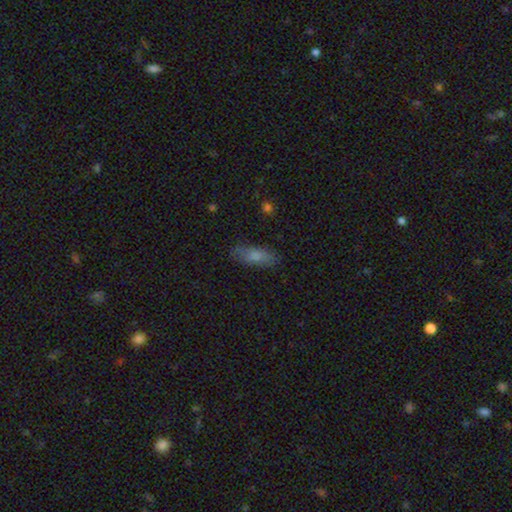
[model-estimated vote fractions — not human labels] Smooth or featured? Predicted: smooth (p=0.78). How rounded? Predicted: in between (p=0.66). Merging? Predicted: none (p=0.79).